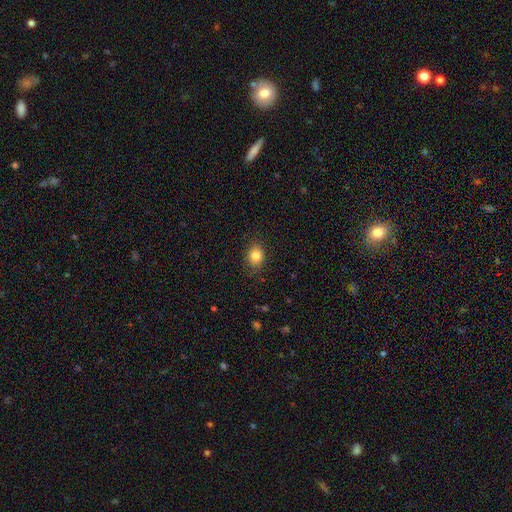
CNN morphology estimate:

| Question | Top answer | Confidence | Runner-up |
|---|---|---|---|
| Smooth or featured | smooth | 83% | star or artifact (10%) |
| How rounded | in between | 50% | round (49%) |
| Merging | none | 85% | minor disturbance (11%) |